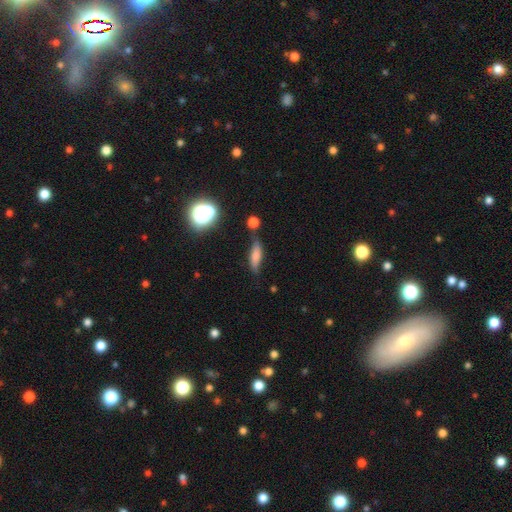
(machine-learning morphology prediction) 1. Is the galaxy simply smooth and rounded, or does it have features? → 60% smooth, 27% featured or disk, 13% star or artifact.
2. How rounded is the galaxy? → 56% cigar-shaped, 38% in between, 5% round.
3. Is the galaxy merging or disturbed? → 62% none, 24% minor disturbance, 8% merger, 7% major disturbance.